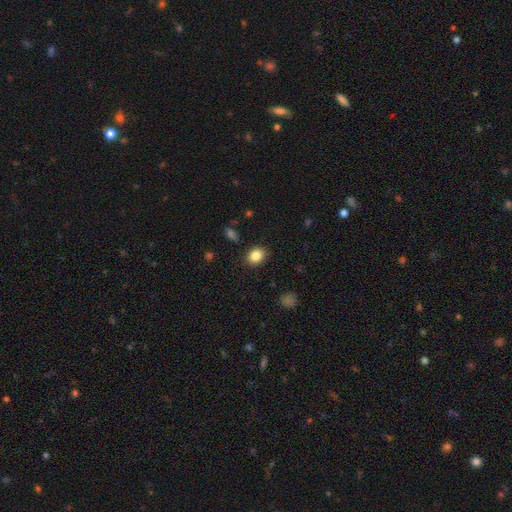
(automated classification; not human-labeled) Smooth or featured? smooth (84%)
How rounded? in between (52%)
Merging? none (88%)